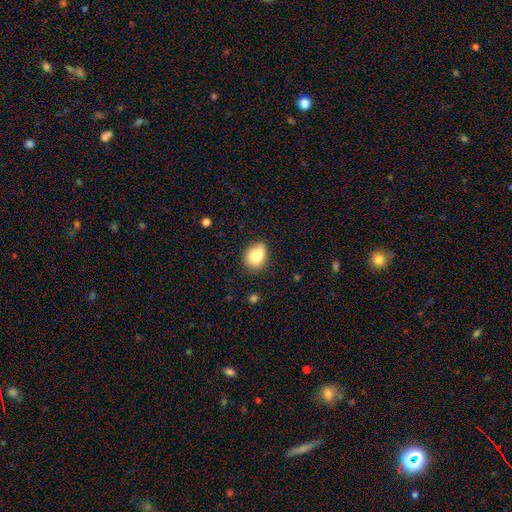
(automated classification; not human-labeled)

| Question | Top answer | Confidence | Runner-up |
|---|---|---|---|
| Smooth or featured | smooth | 80% | featured or disk (12%) |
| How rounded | in between | 65% | round (34%) |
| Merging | none | 73% | minor disturbance (21%) |